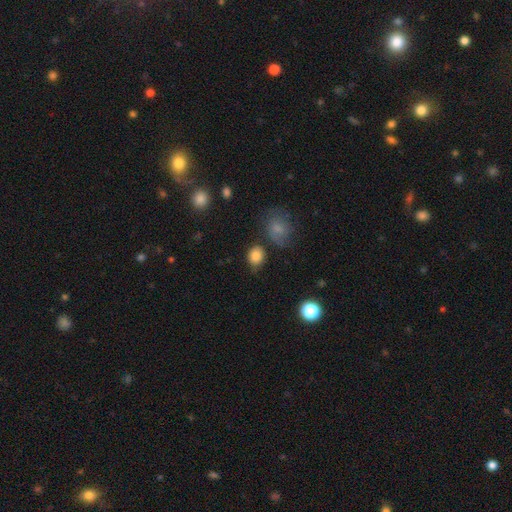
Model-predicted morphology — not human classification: smooth-or-featured: smooth: 84% | star or artifact: 10% | featured or disk: 7%
  how-rounded: round: 61% | in between: 38% | cigar-shaped: 1%
  merging: none: 70% | minor disturbance: 18% | merger: 6% | major disturbance: 5%